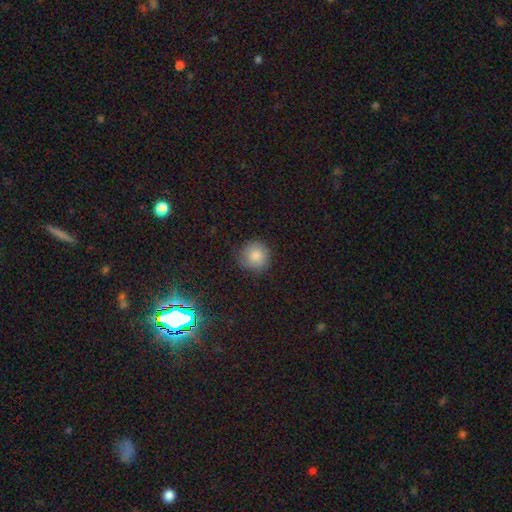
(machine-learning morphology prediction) This appears to be a smooth galaxy with no disk features (83%) that is round (94%). Merging: none (82%).